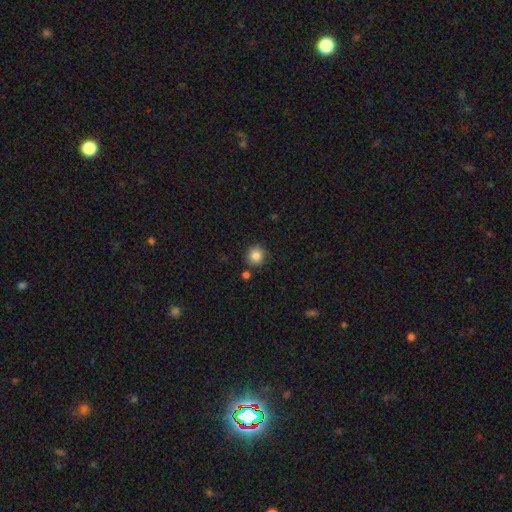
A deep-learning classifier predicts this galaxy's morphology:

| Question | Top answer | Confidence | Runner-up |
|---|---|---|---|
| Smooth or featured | smooth | 86% | star or artifact (10%) |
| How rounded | round | 91% | in between (8%) |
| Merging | none | 83% | minor disturbance (9%) |